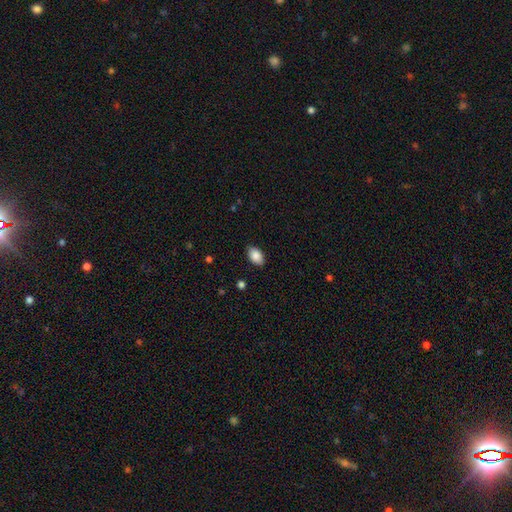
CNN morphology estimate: smooth-or-featured: smooth: 88% | star or artifact: 7% | featured or disk: 5%
  how-rounded: in between: 90% | round: 8% | cigar-shaped: 1%
  merging: none: 87% | minor disturbance: 10% | major disturbance: 2% | merger: 1%